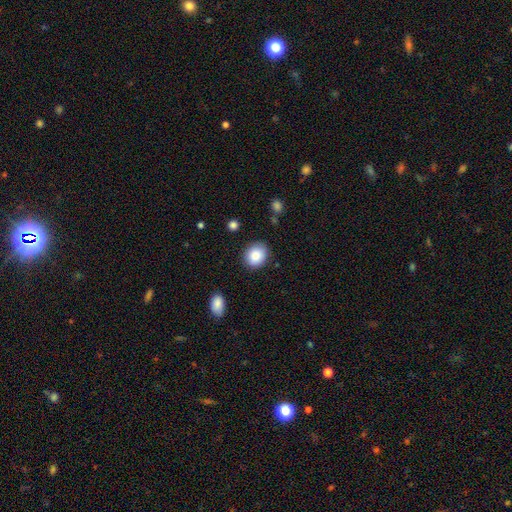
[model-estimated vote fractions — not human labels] smooth-or-featured: smooth: 85% | star or artifact: 8% | featured or disk: 7%
  how-rounded: round: 67% | in between: 32% | cigar-shaped: 1%
  merging: none: 86% | minor disturbance: 10% | major disturbance: 3% | merger: 2%